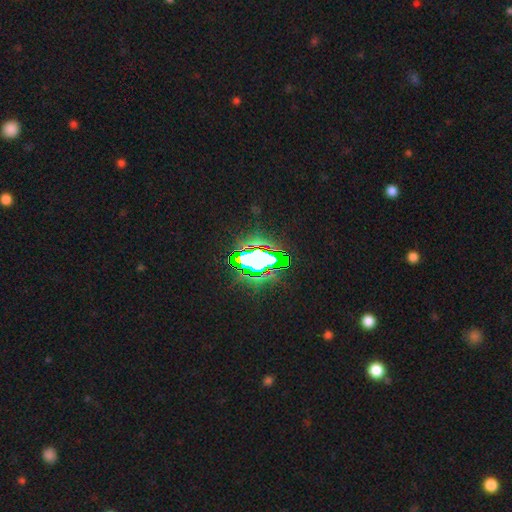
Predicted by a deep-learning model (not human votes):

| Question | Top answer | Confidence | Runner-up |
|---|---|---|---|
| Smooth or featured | star or artifact | 67% | smooth (17%) |